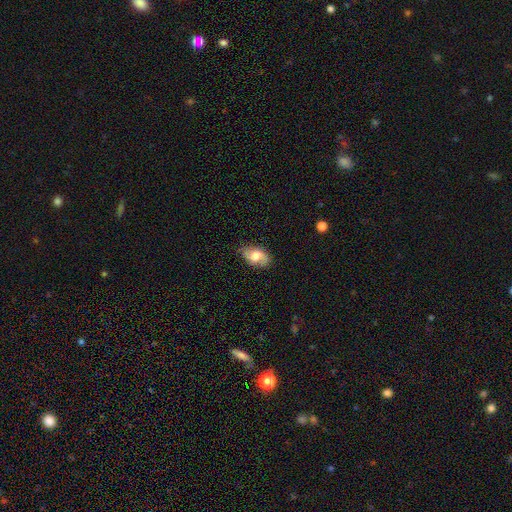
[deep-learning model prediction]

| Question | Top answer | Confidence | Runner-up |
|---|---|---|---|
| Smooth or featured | smooth | 54% | featured or disk (38%) |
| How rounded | in between | 89% | round (9%) |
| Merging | none | 75% | minor disturbance (20%) |